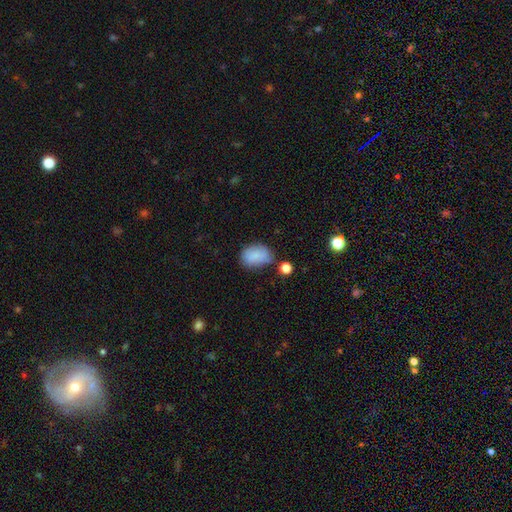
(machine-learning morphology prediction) Overall: smooth (82%). How rounded: in between (78%). Merging: none (59%; minor disturbance 25%).